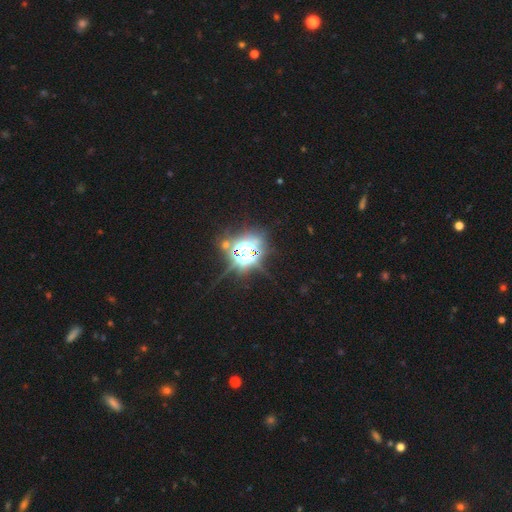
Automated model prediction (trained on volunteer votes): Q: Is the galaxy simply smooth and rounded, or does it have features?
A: star or artifact — 80%.